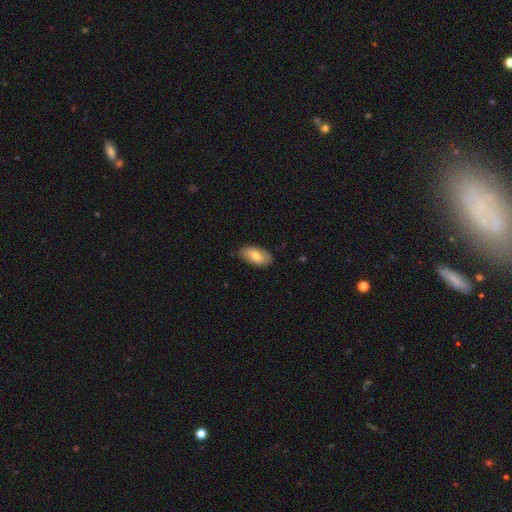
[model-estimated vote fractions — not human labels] Smooth or featured?
  - smooth: 73% *
  - featured or disk: 20%
  - star or artifact: 6%
How rounded?
  - in between: 93% *
  - round: 4%
  - cigar-shaped: 3%
Merging?
  - none: 82% *
  - minor disturbance: 15%
  - major disturbance: 2%
  - merger: 1%